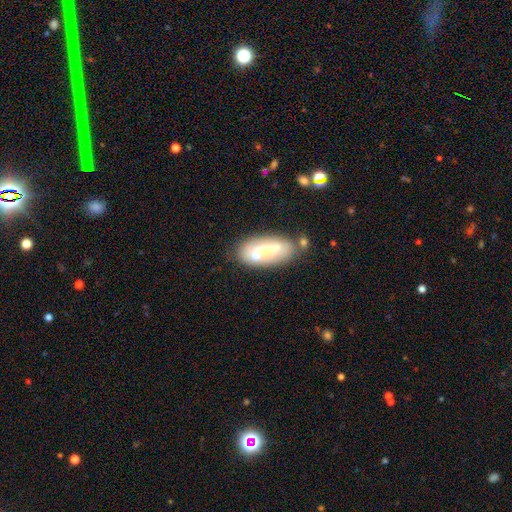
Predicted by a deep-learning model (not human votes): Overall: smooth (48%; featured or disk 45%). Merging: none (50%; merger 25%).